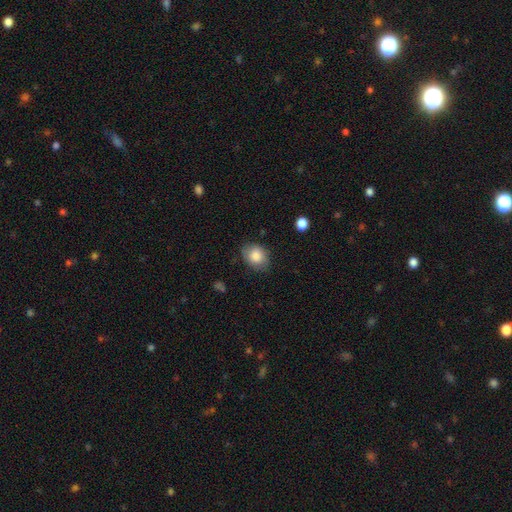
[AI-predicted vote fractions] Q: Smooth or featured?
A: smooth (84%); runner-up: featured or disk (8%)
Q: How rounded?
A: in between (55%); runner-up: round (44%)
Q: Merging?
A: none (76%); runner-up: minor disturbance (18%)